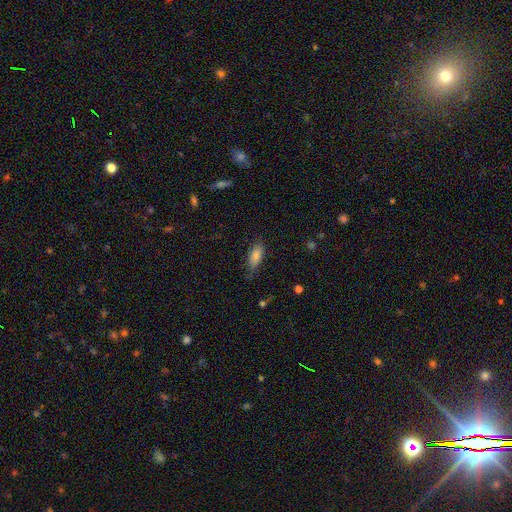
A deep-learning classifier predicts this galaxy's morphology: A smooth galaxy with no disk features (82%) that is in between round and cigar-shaped (84%).

Vote fractions:
- Smooth or featured? smooth: 82% / featured or disk: 10% / star or artifact: 8%
- How rounded? in between: 84% / cigar-shaped: 14% / round: 2%
- Merging? none: 69% / minor disturbance: 24% / major disturbance: 5% / merger: 2%